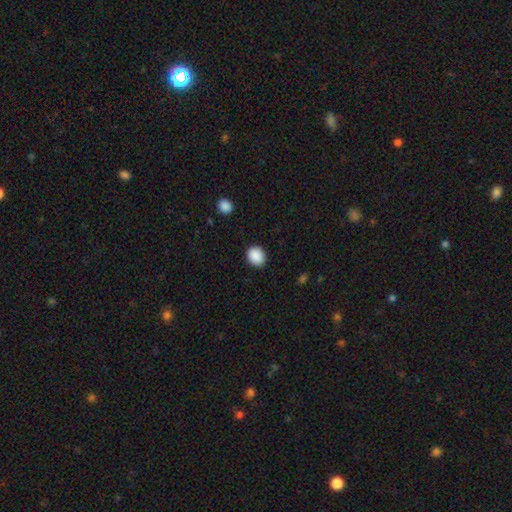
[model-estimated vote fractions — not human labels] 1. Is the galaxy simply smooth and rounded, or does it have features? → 90% smooth, 8% star or artifact, 3% featured or disk.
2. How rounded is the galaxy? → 58% round, 42% in between, 1% cigar-shaped.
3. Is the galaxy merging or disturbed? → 89% none, 8% minor disturbance, 2% major disturbance, 1% merger.